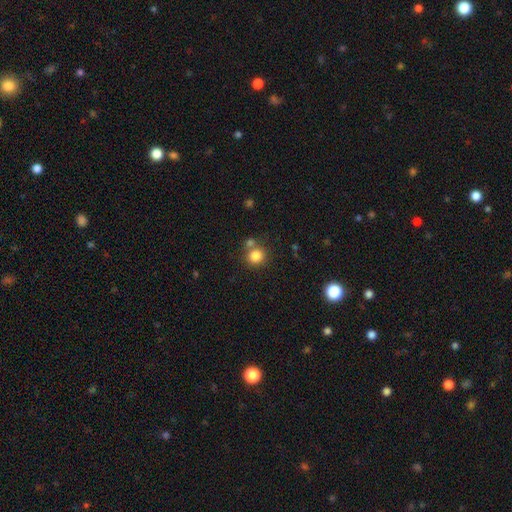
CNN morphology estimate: Smooth or featured: smooth — 83% (star or artifact — 11%)
How rounded: round — 88% (in between — 11%)
Merging: none — 65% (merger — 23%)